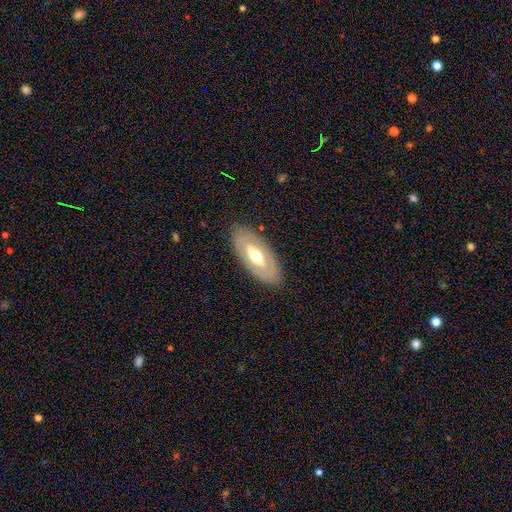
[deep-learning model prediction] Smooth or featured? featured or disk (54%)
Edge-on disk? no (81%)
Merging? none (84%)